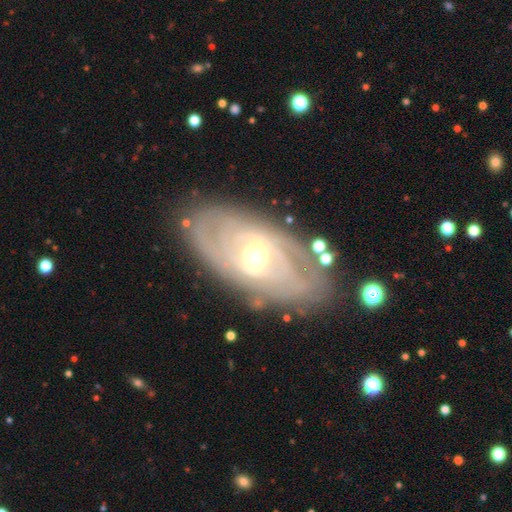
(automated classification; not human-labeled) Smooth or featured: featured or disk — 84% (smooth — 11%)
Edge-on disk: no — 91% (yes — 9%)
Bar: no — 49% (weak — 35%)
Spiral arms: yes — 84% (no — 16%)
Spiral winding: tight — 69% (medium — 23%)
Spiral arm count: can't tell — 42% (2 — 31%)
Bulge size: moderate — 71% (small — 18%)
Merging: none — 78% (minor disturbance — 15%)